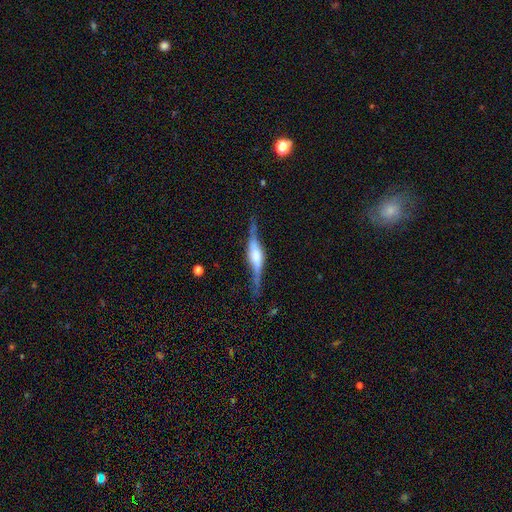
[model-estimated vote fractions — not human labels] This appears to be a featured or disk galaxy (79%) viewed edge-on (91%) with a rounded central bulge (61%). Merging: none (72%).